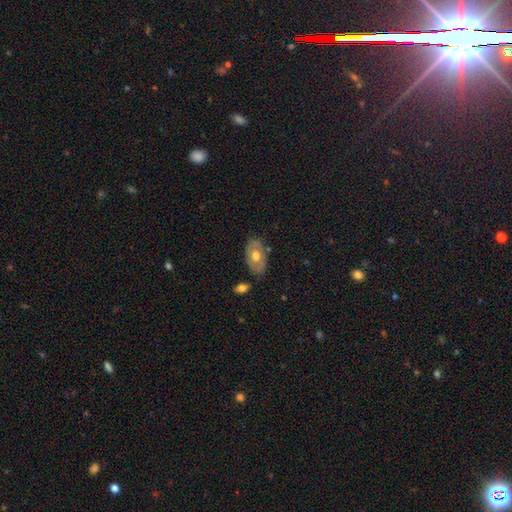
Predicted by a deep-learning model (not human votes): Q: Smooth or featured?
A: smooth (48%); runner-up: featured or disk (46%)
Q: Merging?
A: none (75%); runner-up: minor disturbance (17%)